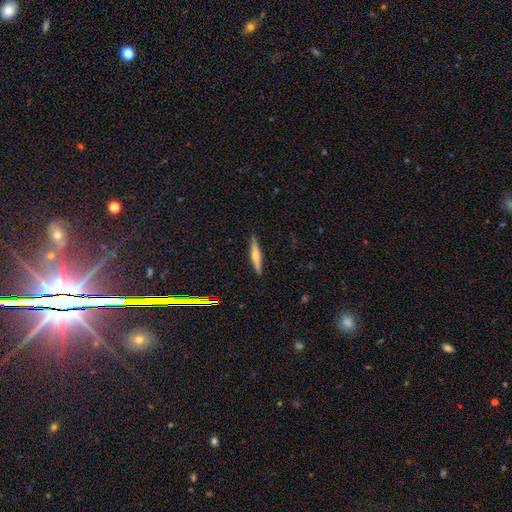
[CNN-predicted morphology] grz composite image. It shows a featured or disk galaxy (47%). Merging: none (90%).